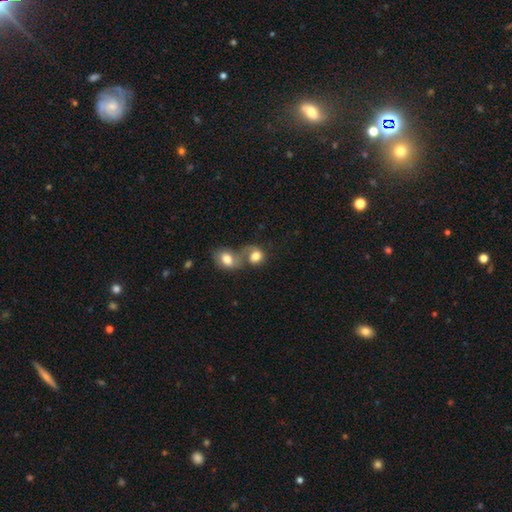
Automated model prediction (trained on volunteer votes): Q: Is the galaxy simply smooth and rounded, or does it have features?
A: smooth — 76%.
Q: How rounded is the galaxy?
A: round — 53%.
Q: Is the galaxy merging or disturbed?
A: merger — 66%.